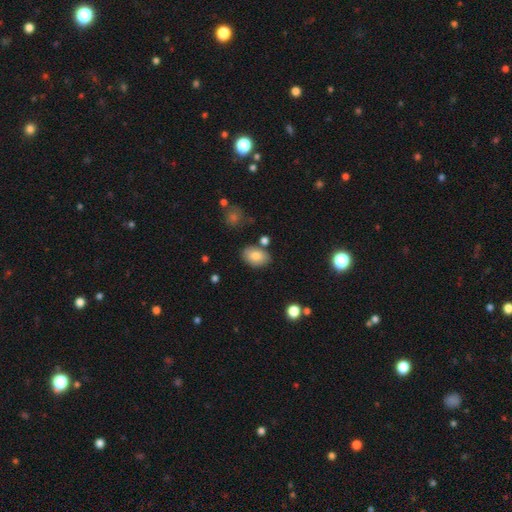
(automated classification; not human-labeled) smooth 81%, featured or disk 11%, star or artifact 8%. Down the decision tree: how rounded — in between (87%); merging — none (77%).